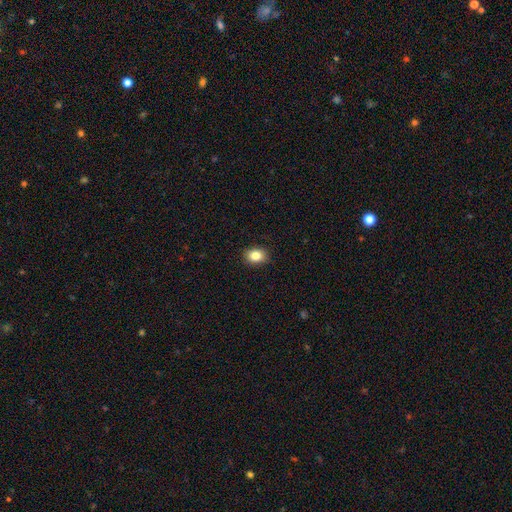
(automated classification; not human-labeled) This is clearly a smooth galaxy (83%). How rounded: possibly in between (59%). Merging: clearly none (88%).